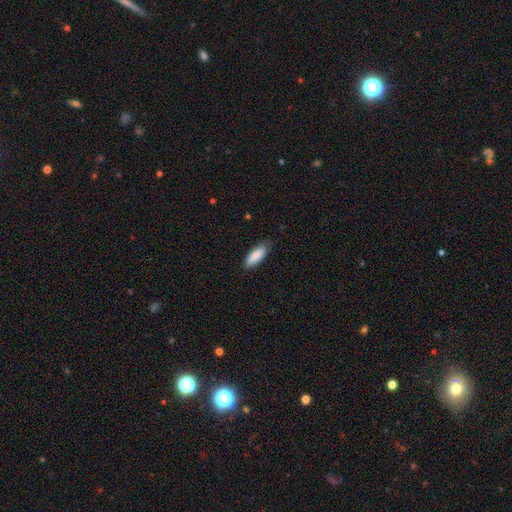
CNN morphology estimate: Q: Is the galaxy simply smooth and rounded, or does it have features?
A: smooth — 87%.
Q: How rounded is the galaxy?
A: in between — 68%.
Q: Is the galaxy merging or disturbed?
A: none — 76%.